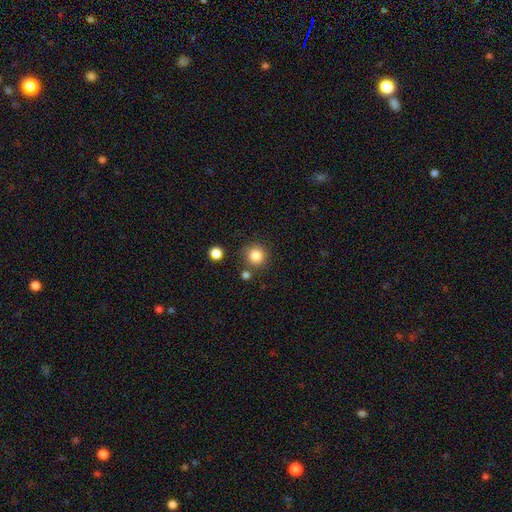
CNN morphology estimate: Q: Smooth or featured?
A: smooth (85%); runner-up: star or artifact (11%)
Q: How rounded?
A: round (93%); runner-up: in between (6%)
Q: Merging?
A: none (82%); runner-up: minor disturbance (9%)